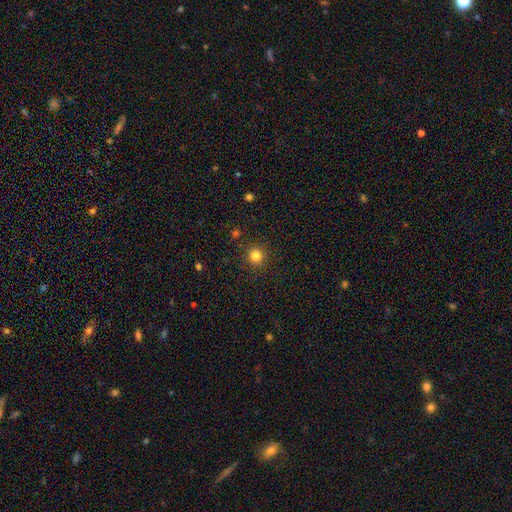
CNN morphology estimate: Q: Smooth or featured?
A: smooth (82%); runner-up: star or artifact (13%)
Q: How rounded?
A: round (93%); runner-up: in between (6%)
Q: Merging?
A: none (90%); runner-up: minor disturbance (6%)